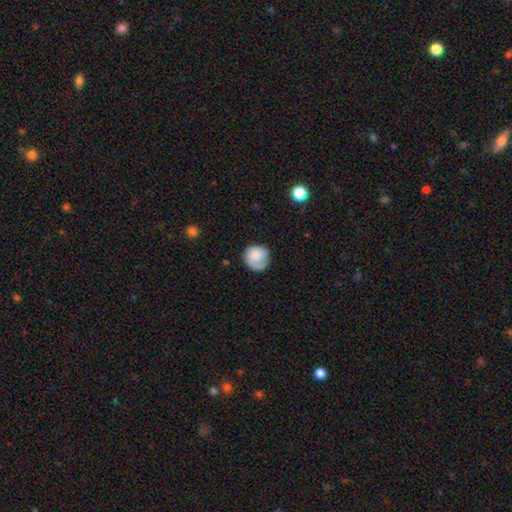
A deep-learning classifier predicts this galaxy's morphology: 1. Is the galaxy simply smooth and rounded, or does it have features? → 74% smooth, 19% featured or disk, 7% star or artifact.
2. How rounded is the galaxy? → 85% round, 14% in between, 1% cigar-shaped.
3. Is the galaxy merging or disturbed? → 64% none, 23% minor disturbance, 11% major disturbance, 2% merger.